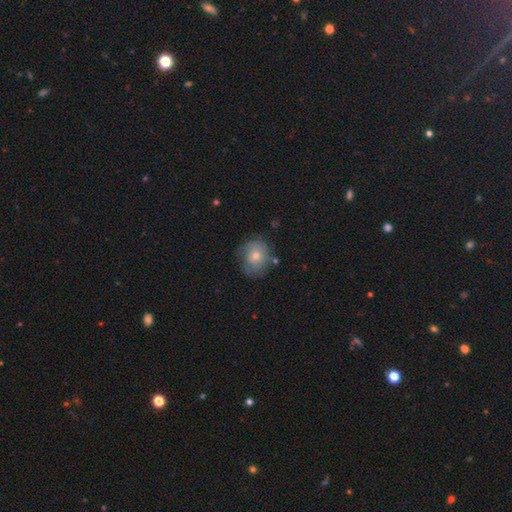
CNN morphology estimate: Overall: smooth (49%; featured or disk 39%). Merging: none (69%).